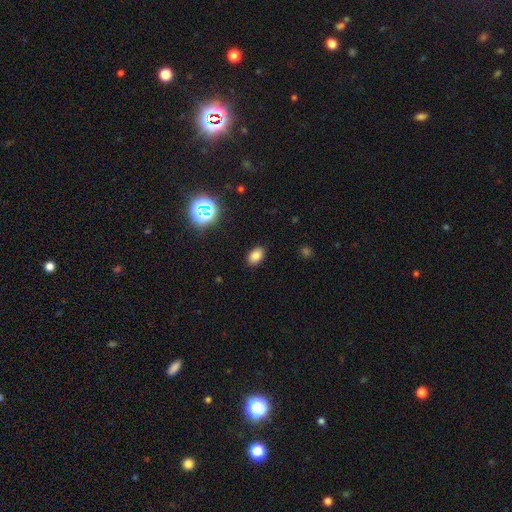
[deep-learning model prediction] Morphology: type=smooth (79%); roundness=in between (87%); merging=none (88%).